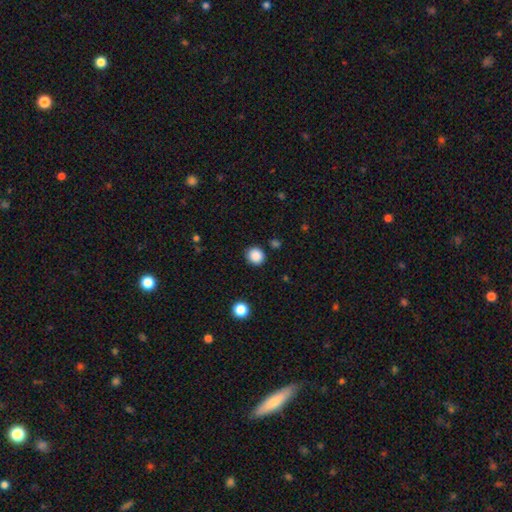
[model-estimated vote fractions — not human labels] smooth_or_featured: smooth (p=0.87) [alt: star or artifact p=0.10]
how_rounded: round (p=0.89) [alt: in between p=0.10]
merging: none (p=0.90) [alt: minor disturbance p=0.06]